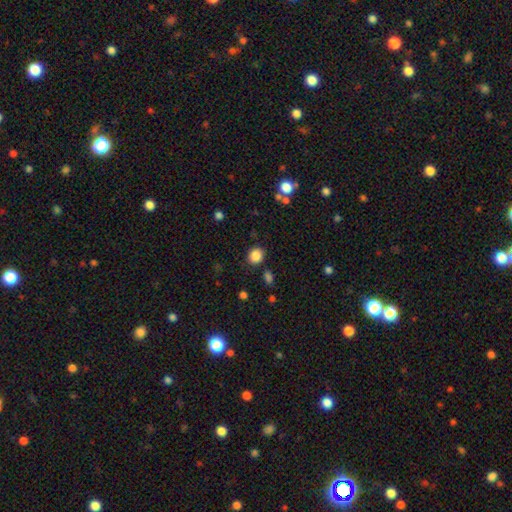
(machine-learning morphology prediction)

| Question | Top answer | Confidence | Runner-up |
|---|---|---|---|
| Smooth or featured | smooth | 86% | star or artifact (10%) |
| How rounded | round | 73% | in between (26%) |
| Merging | none | 85% | minor disturbance (9%) |